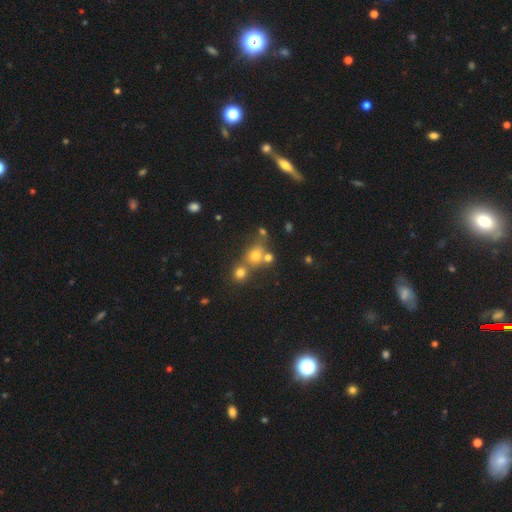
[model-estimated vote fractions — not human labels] Smooth or featured?
  - smooth: 67% *
  - star or artifact: 20%
  - featured or disk: 13%
How rounded?
  - round: 76% *
  - in between: 22%
  - cigar-shaped: 1%
Merging?
  - none: 48% *
  - merger: 37%
  - minor disturbance: 10%
  - major disturbance: 5%